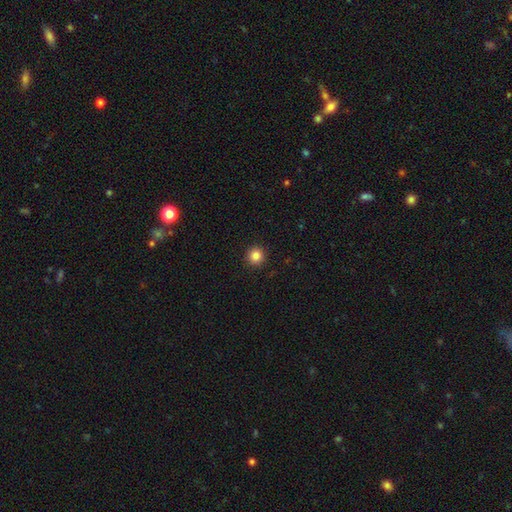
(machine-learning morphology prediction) smooth 85%, star or artifact 11%, featured or disk 4%. Down the decision tree: how rounded — round (95%); merging — none (93%).